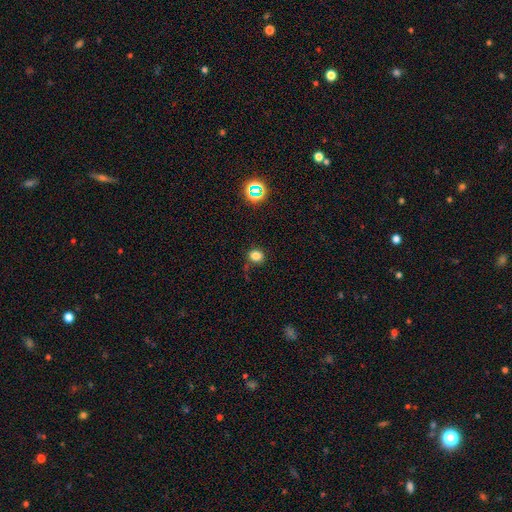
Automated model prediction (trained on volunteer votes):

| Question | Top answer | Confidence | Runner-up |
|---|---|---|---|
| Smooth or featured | smooth | 79% | star or artifact (16%) |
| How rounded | round | 80% | in between (19%) |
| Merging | none | 74% | minor disturbance (16%) |